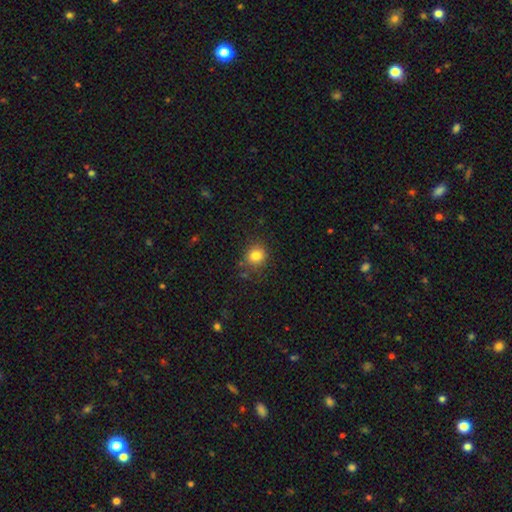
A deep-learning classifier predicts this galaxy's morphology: A smooth galaxy with no disk features (81%) that is round (80%). Merging: none (80%).